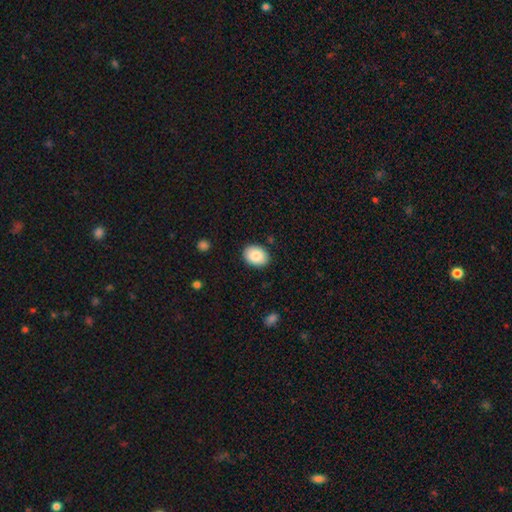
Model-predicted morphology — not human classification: A smooth galaxy with no disk features (88%) that is in between round and cigar-shaped (71%). Merging: none (88%).